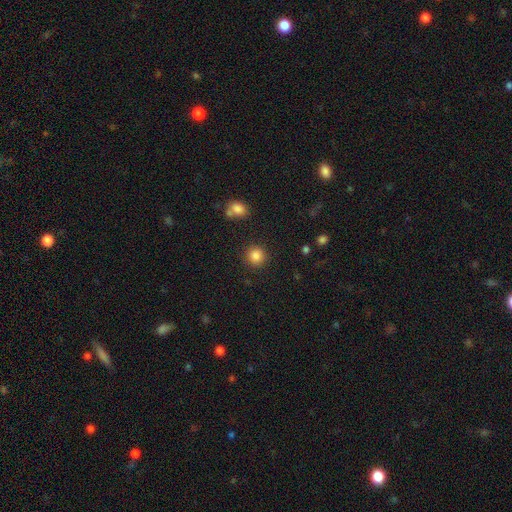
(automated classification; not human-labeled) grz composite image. It shows a smooth galaxy with no disk features (85%) that is round (92%). Merging: none (88%).